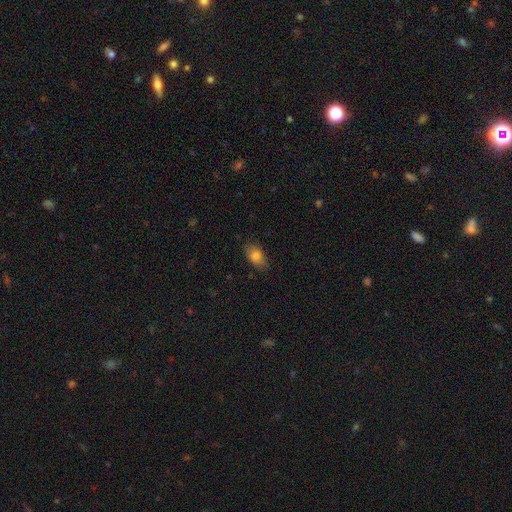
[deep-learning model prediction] Smooth or featured? Predicted: smooth (p=0.81). How rounded? Predicted: in between (p=0.88). Merging? Predicted: none (p=0.76).